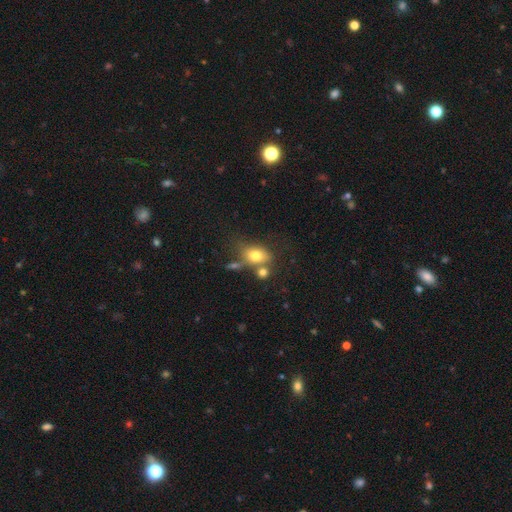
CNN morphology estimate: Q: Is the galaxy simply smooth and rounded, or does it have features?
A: smooth — 75%.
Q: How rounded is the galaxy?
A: in between — 66%.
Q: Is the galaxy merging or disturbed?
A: none — 46%.